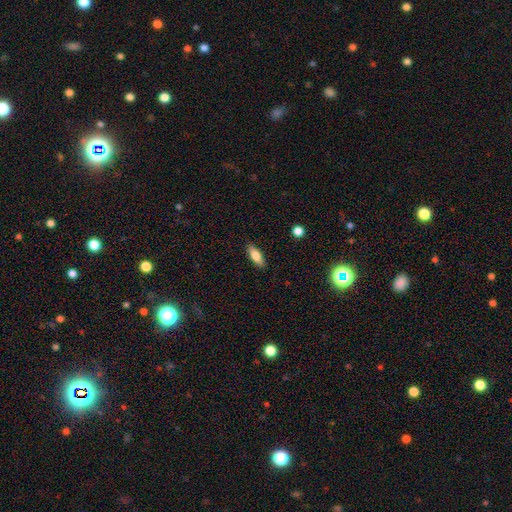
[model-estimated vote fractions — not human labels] The model was most divided on "how rounded": in between: 63%, cigar-shaped: 35%, round: 3%. More confident: merging — none (88%); smooth or featured — smooth (71%).